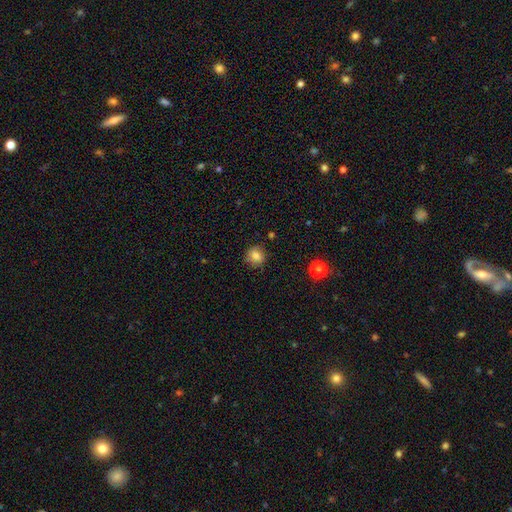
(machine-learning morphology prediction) type=smooth (79%); roundness=round (85%); merging=none (83%).